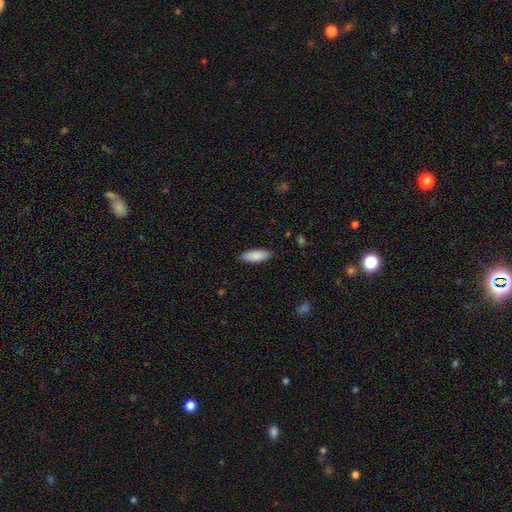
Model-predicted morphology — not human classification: A smooth galaxy with no disk features (86%) that is in between round and cigar-shaped (64%). Merging: none (88%).